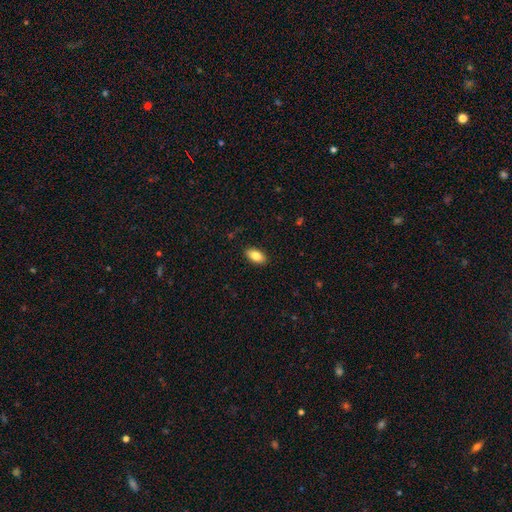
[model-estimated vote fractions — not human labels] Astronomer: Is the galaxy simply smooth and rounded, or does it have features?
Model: smooth — 85%.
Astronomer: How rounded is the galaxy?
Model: in between — 93%.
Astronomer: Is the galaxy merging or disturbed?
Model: none — 89%.